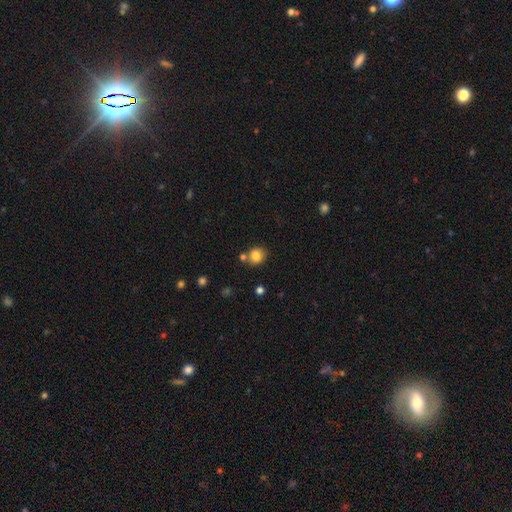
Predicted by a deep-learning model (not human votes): smooth 81%, star or artifact 10%, featured or disk 8%. Down the decision tree: how rounded — round (74%); merging — none (70%).